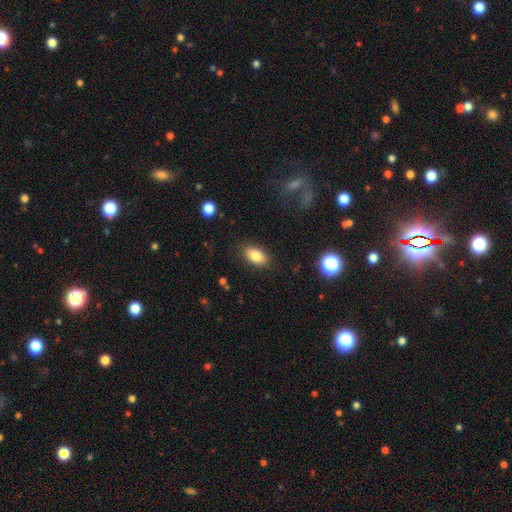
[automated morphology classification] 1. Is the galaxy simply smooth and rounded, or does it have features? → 83% smooth, 8% featured or disk, 8% star or artifact.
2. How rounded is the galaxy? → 91% in between, 6% round, 3% cigar-shaped.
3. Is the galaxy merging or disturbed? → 86% none, 10% minor disturbance, 3% major disturbance, 1% merger.